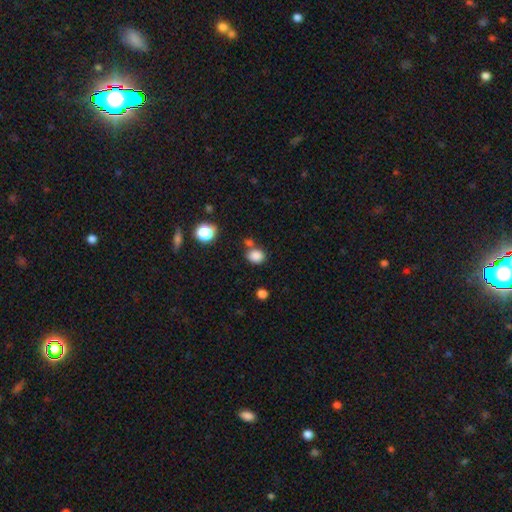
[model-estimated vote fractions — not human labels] Smooth or featured? Predicted: smooth (p=0.84). How rounded? Predicted: round (p=0.53). Merging? Predicted: none (p=0.64).